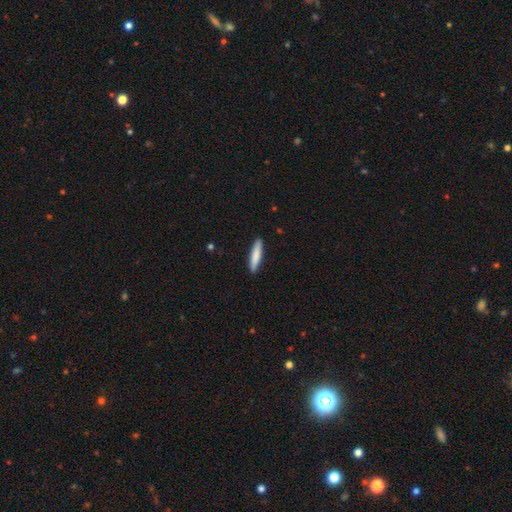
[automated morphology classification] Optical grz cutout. It shows a smooth galaxy with no disk features (82%) that is cigar-shaped (87%). Merging: none (90%).